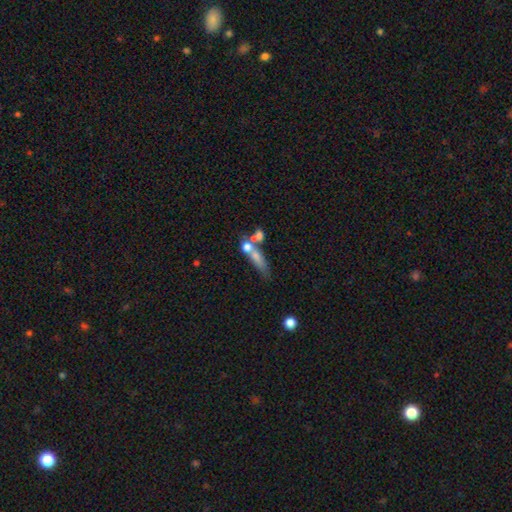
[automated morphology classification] Smooth or featured? Predicted: smooth (p=0.53). How rounded? Predicted: cigar-shaped (p=0.55). Merging? Predicted: merger (p=0.39).